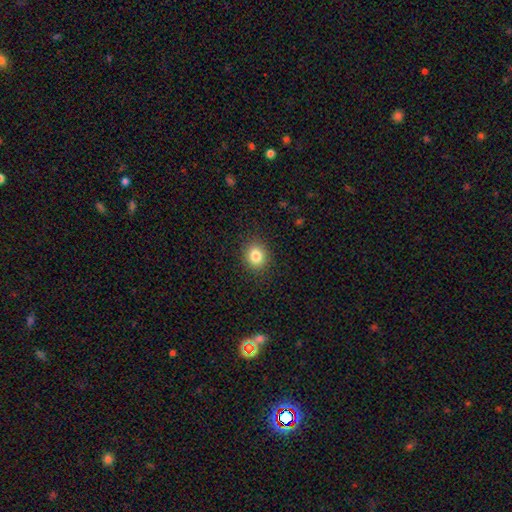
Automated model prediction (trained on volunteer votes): A smooth galaxy with no disk features (83%) that is round (69%).

Vote fractions:
- Smooth or featured? smooth: 83% / star or artifact: 11% / featured or disk: 6%
- How rounded? round: 69% / in between: 30% / cigar-shaped: 1%
- Merging? none: 89% / minor disturbance: 7% / major disturbance: 2% / merger: 1%